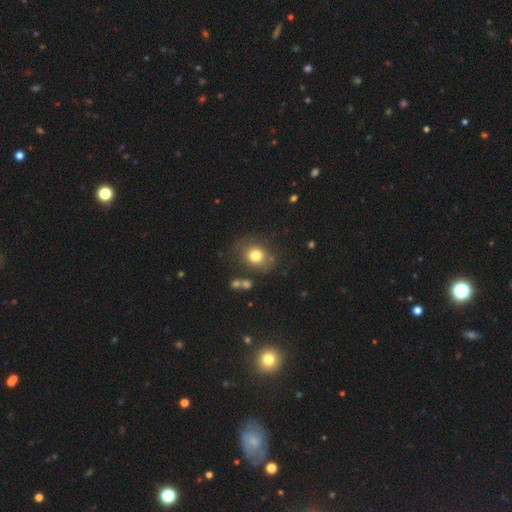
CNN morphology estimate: The model was most divided on "how rounded": round: 62%, in between: 37%, cigar-shaped: 1%. More confident: smooth or featured — smooth (78%); merging — none (73%).